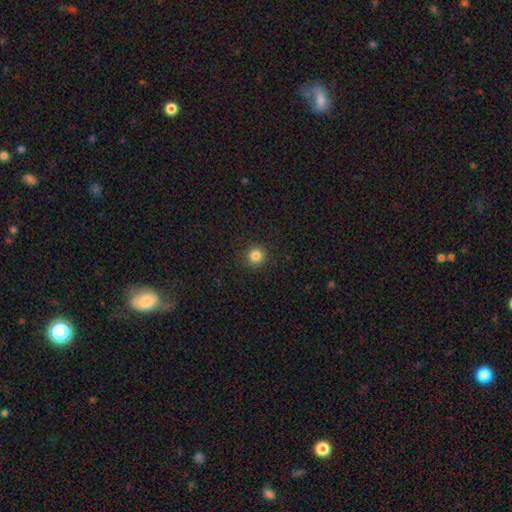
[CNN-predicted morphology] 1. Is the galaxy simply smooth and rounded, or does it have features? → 84% smooth, 12% star or artifact, 4% featured or disk.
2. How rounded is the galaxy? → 95% round, 4% in between, 1% cigar-shaped.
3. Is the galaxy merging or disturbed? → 92% none, 5% minor disturbance, 2% major disturbance, 1% merger.